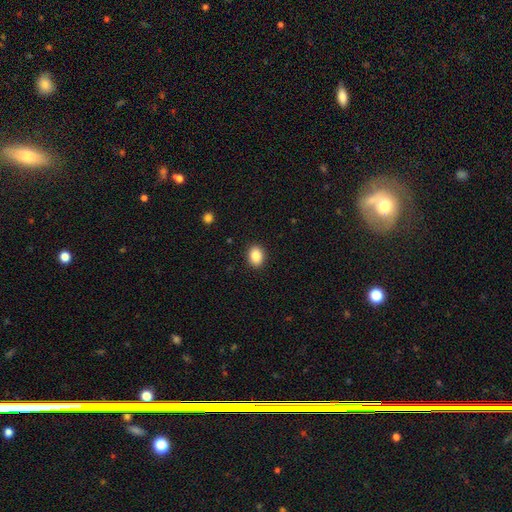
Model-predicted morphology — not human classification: A smooth galaxy with no disk features (86%) that is in between round and cigar-shaped (56%).

Vote fractions:
- Smooth or featured? smooth: 86% / star or artifact: 9% / featured or disk: 5%
- How rounded? in between: 56% / round: 43% / cigar-shaped: 1%
- Merging? none: 91% / minor disturbance: 6% / major disturbance: 2% / merger: 1%